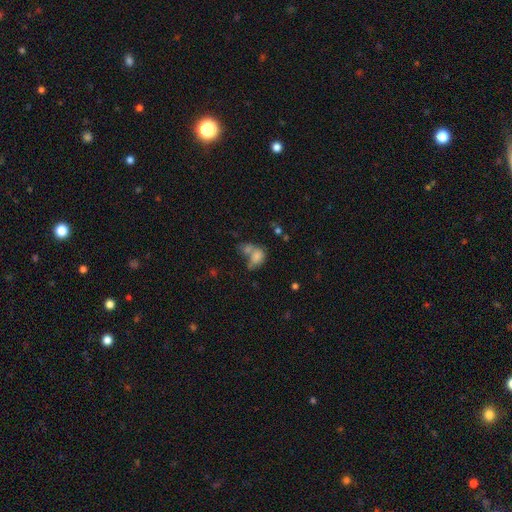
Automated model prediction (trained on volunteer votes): This is likely a smooth galaxy (75%). How rounded: likely in between (74%). Merging: possibly merger (55%).